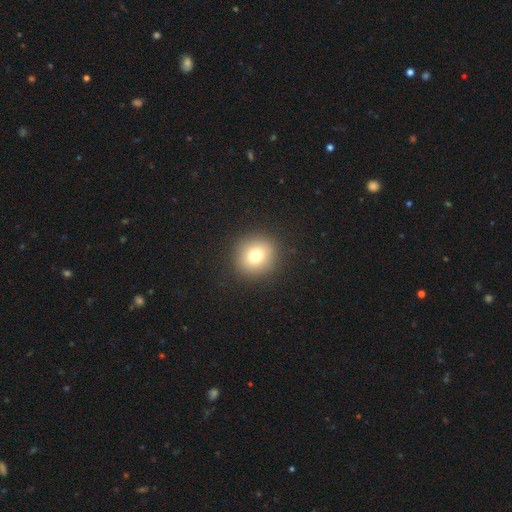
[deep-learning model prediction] smooth 76%, star or artifact 13%, featured or disk 11%. Down the decision tree: how rounded — round (90%); merging — none (91%).